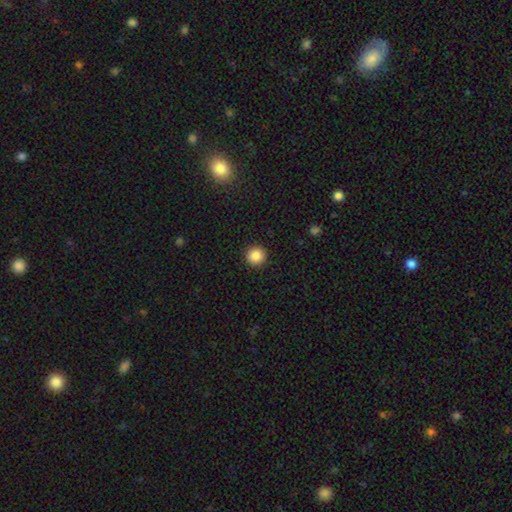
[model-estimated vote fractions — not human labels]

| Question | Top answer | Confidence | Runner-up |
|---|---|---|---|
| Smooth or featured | smooth | 87% | star or artifact (9%) |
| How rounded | round | 94% | in between (5%) |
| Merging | none | 93% | minor disturbance (4%) |